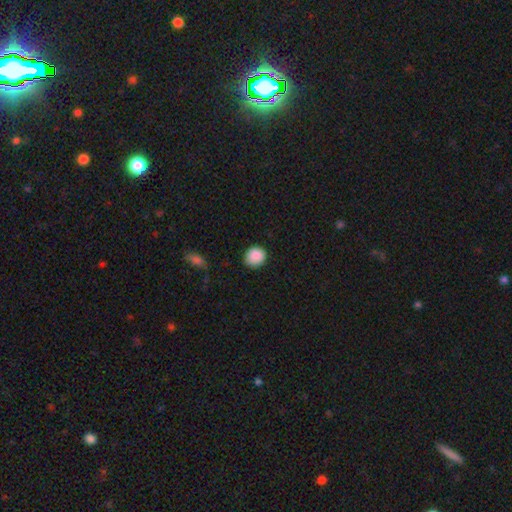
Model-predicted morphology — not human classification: Smooth or featured: smooth — 89% (star or artifact — 8%)
How rounded: round — 84% (in between — 15%)
Merging: none — 84% (minor disturbance — 13%)